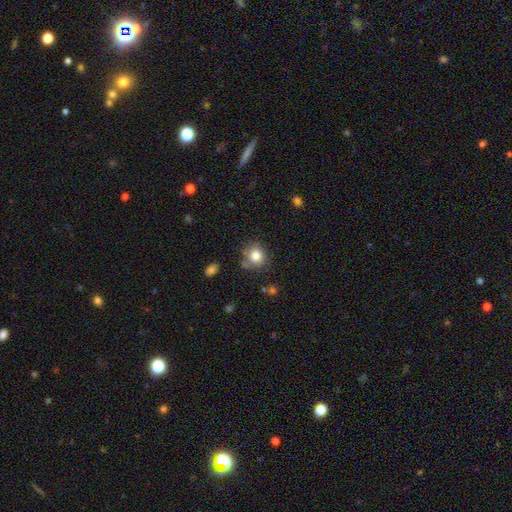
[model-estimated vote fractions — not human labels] smooth-or-featured: smooth: 82% | star or artifact: 11% | featured or disk: 8%
  how-rounded: round: 84% | in between: 15% | cigar-shaped: 1%
  merging: none: 76% | minor disturbance: 14% | merger: 6% | major disturbance: 4%